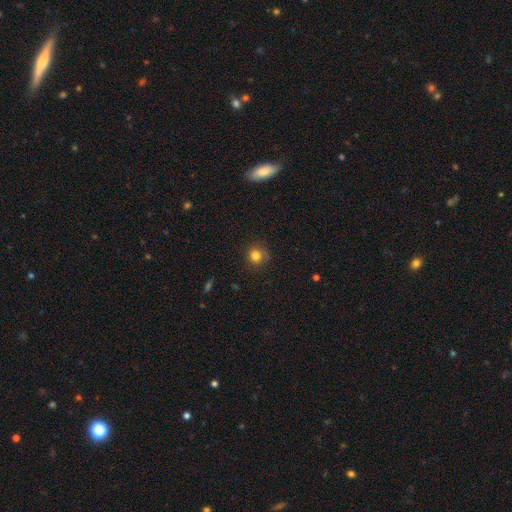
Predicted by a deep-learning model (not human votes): Morphology: type=smooth (80%); roundness=round (90%); merging=none (80%).